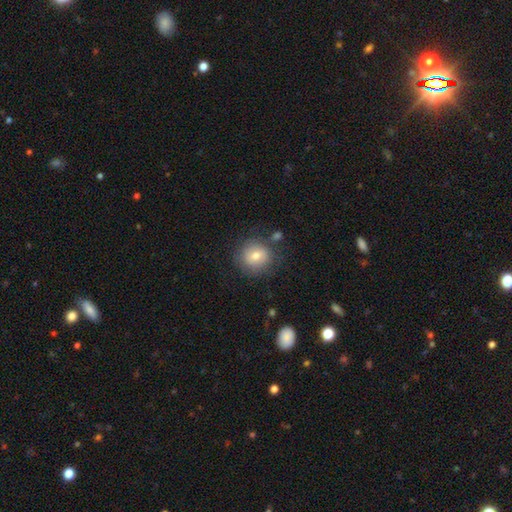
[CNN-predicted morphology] Smooth or featured? smooth (73%)
How rounded? round (88%)
Merging? none (80%)